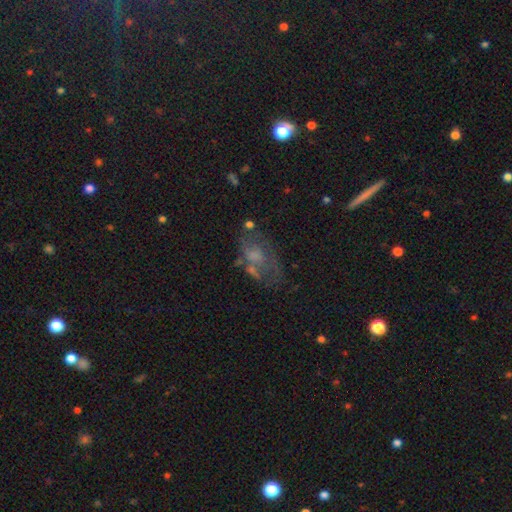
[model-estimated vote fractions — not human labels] Smooth or featured? featured or disk (50%)
Merging? none (43%)